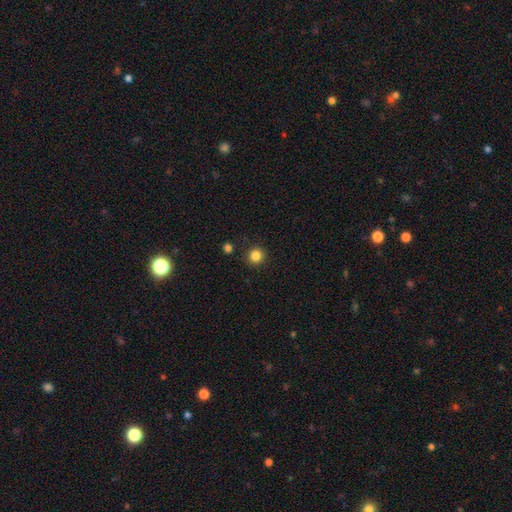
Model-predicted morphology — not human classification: smooth 85%, star or artifact 11%, featured or disk 4%. Down the decision tree: how rounded — round (94%); merging — none (90%).